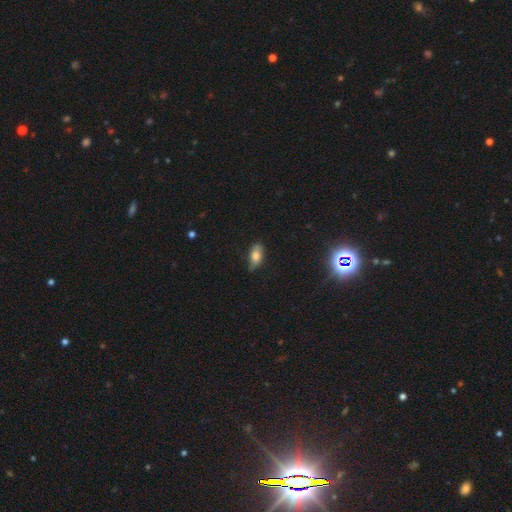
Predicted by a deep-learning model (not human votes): Smooth or featured?
  - smooth: 72% *
  - featured or disk: 19%
  - star or artifact: 9%
How rounded?
  - in between: 86% *
  - cigar-shaped: 9%
  - round: 5%
Merging?
  - none: 67% *
  - minor disturbance: 27%
  - major disturbance: 5%
  - merger: 2%